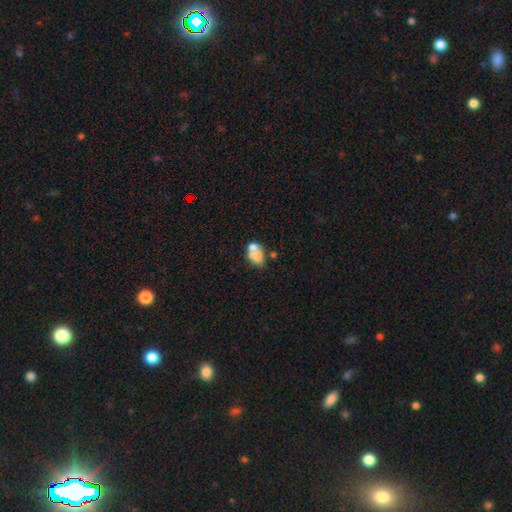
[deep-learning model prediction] smooth 62%, featured or disk 27%, star or artifact 12%. Down the decision tree: how rounded — in between (69%); merging — merger (45%).